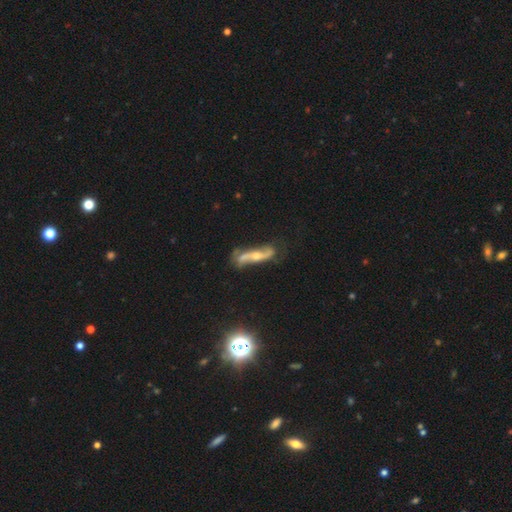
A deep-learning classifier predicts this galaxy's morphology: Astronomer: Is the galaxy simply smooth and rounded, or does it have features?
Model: featured or disk — 77%.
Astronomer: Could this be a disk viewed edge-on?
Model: no — 72%.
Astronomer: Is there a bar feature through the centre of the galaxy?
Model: no — 53%.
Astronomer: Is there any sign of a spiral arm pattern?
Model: yes — 89%.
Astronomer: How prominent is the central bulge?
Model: moderate — 54% (runner-up: small, 36%).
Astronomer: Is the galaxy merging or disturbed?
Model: none — 56%.